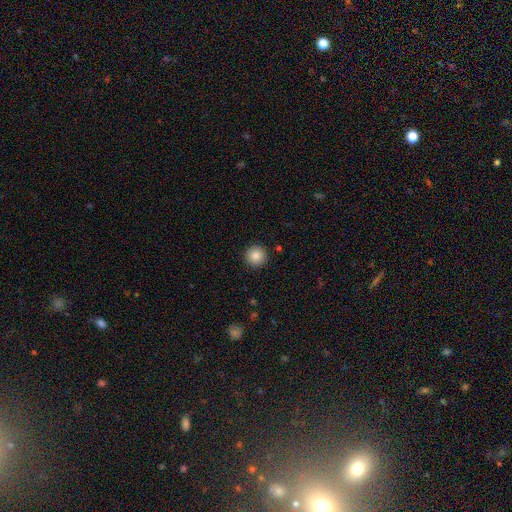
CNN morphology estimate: This is clearly a smooth galaxy (86%). How rounded: clearly round (96%). Merging: clearly none (92%).